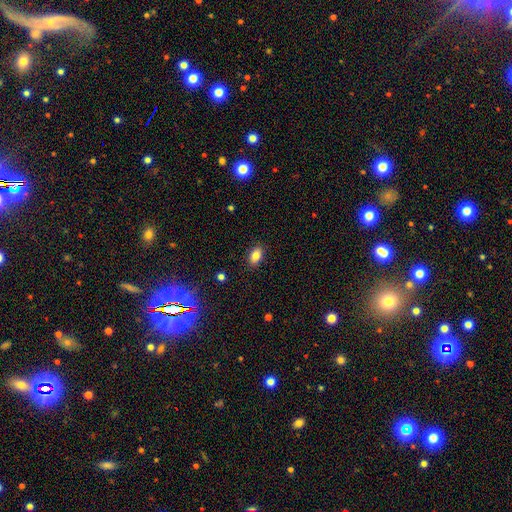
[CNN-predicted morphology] Smooth or featured?
  - smooth: 83% *
  - star or artifact: 10%
  - featured or disk: 7%
How rounded?
  - in between: 87% *
  - round: 11%
  - cigar-shaped: 2%
Merging?
  - none: 88% *
  - minor disturbance: 9%
  - major disturbance: 2%
  - merger: 1%